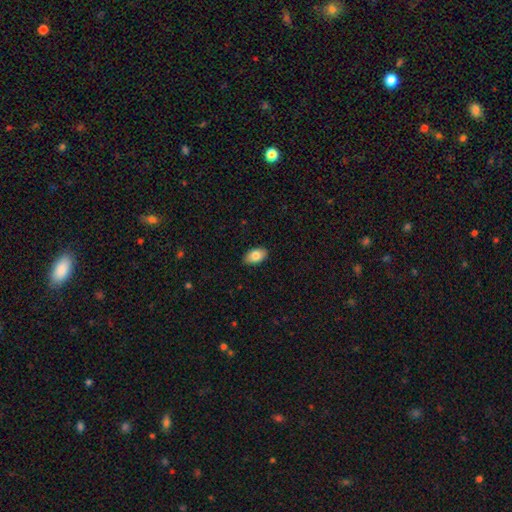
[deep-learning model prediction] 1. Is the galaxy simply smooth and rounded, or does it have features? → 82% smooth, 11% featured or disk, 7% star or artifact.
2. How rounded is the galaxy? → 93% in between, 6% round, 2% cigar-shaped.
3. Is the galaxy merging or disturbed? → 87% none, 11% minor disturbance, 2% major disturbance, 1% merger.